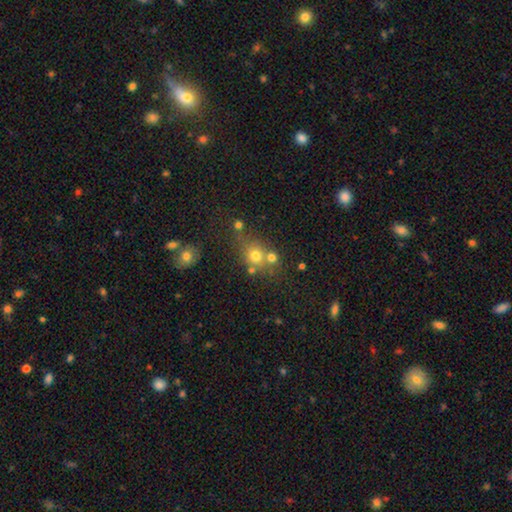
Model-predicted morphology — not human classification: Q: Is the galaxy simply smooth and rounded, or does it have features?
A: smooth — 68%.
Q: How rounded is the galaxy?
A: round — 76%.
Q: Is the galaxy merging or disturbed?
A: none — 55%.